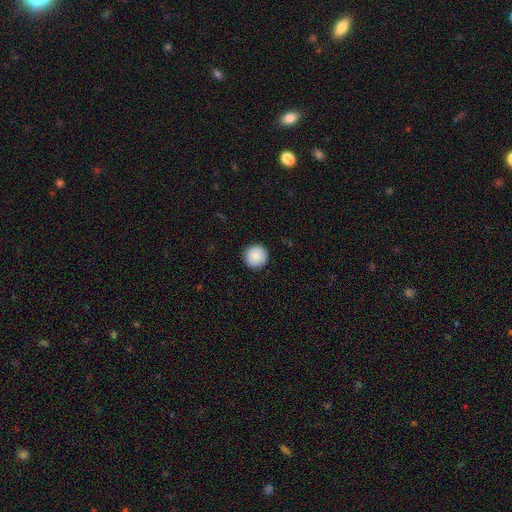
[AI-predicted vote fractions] Smooth or featured? Predicted: smooth (p=0.90). How rounded? Predicted: round (p=0.96). Merging? Predicted: none (p=0.93).